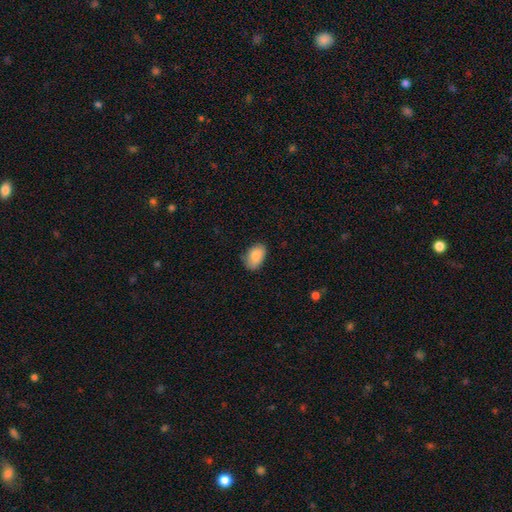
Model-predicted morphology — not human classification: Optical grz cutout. It shows a smooth galaxy with no disk features (87%) that is in between round and cigar-shaped (88%). Merging: none (75%).